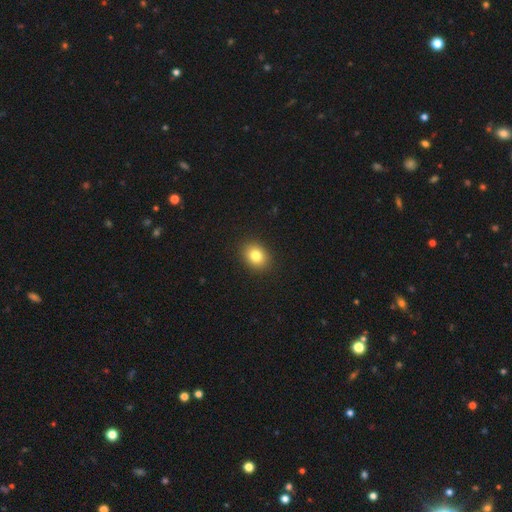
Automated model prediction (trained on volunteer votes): Smooth or featured? Predicted: smooth (p=0.82). How rounded? Predicted: round (p=0.53). Merging? Predicted: none (p=0.91).